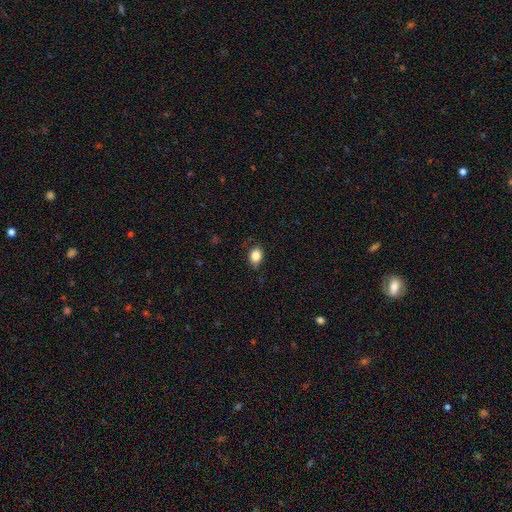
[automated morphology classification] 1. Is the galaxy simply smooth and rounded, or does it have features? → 85% smooth, 9% star or artifact, 6% featured or disk.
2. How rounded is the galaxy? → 66% in between, 33% round, 1% cigar-shaped.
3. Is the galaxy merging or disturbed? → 80% none, 16% minor disturbance, 3% major disturbance, 1% merger.